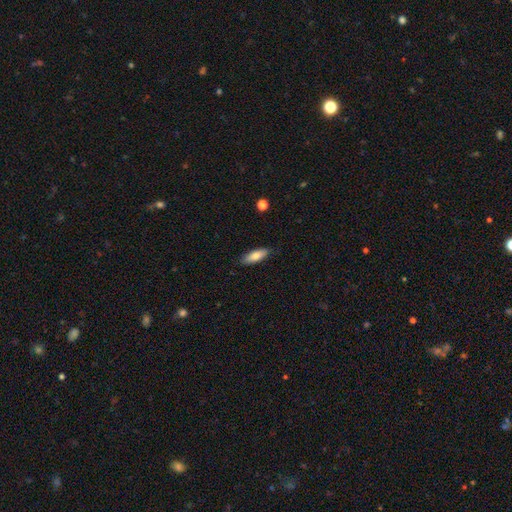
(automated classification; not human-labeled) This is likely a smooth galaxy (78%). How rounded: likely in between (61%). Merging: clearly none (86%).